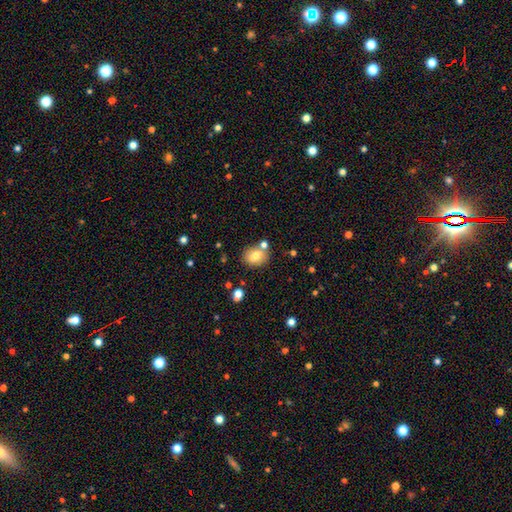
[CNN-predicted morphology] The model was most divided on "how rounded": in between: 50%, round: 49%, cigar-shaped: 1%. More confident: smooth or featured — smooth (75%); merging — none (72%).